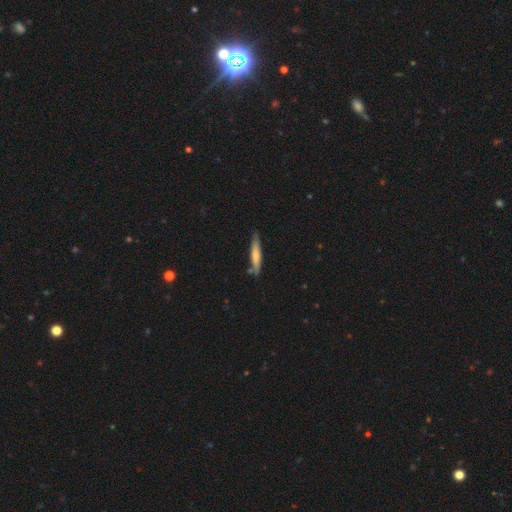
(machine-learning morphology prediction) A smooth galaxy with no disk features (63%) that is cigar-shaped (91%).

Vote fractions:
- Smooth or featured? smooth: 63% / featured or disk: 32% / star or artifact: 5%
- How rounded? cigar-shaped: 91% / in between: 8% / round: 1%
- Merging? none: 78% / minor disturbance: 15% / merger: 4% / major disturbance: 2%